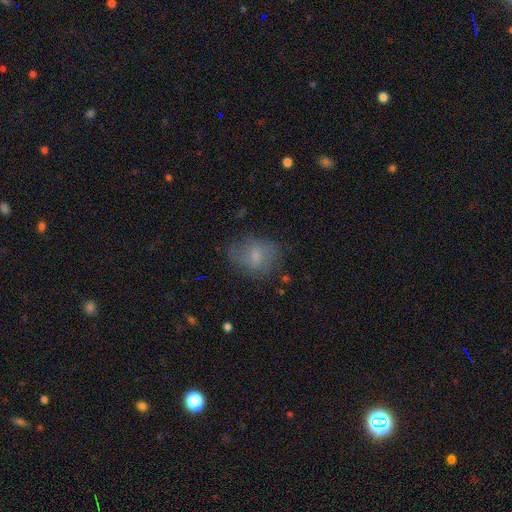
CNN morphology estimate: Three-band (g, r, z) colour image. It shows a smooth galaxy with no disk features (57%) that is in between round and cigar-shaped (62%). Merging: none (61%).